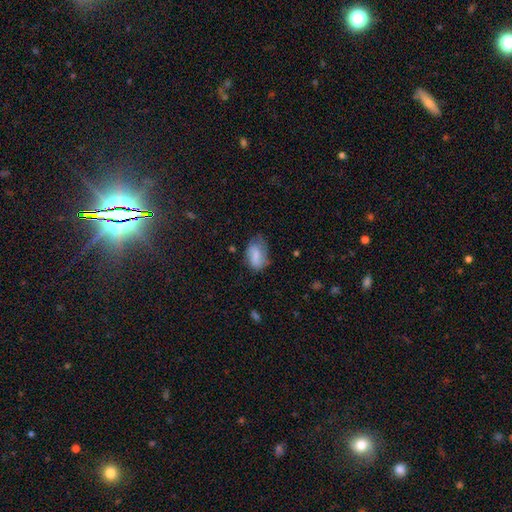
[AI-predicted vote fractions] This appears to be a smooth galaxy with no disk features (68%) that is in between round and cigar-shaped (87%). Merging: none (50%).